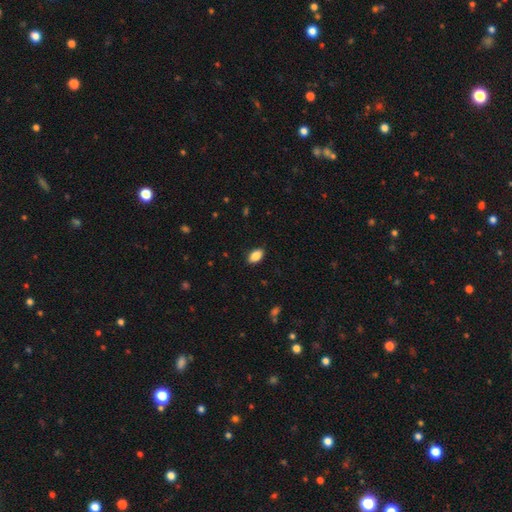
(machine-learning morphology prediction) Smooth or featured: smooth — 86% (star or artifact — 8%)
How rounded: in between — 92% (round — 5%)
Merging: none — 86% (minor disturbance — 11%)